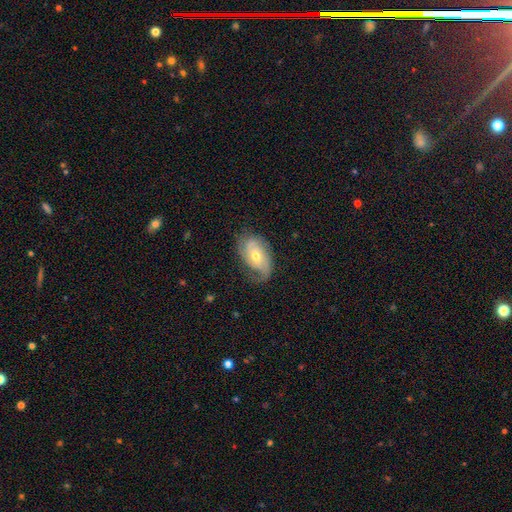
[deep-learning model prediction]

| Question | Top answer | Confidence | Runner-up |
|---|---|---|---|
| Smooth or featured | featured or disk | 68% | smooth (26%) |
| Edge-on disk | no | 94% | yes (6%) |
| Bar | no | 56% | weak (35%) |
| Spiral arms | yes | 88% | no (12%) |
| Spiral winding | medium | 38% | tight (31%) |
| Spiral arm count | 2 | 46% | 1 (21%) |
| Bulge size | moderate | 62% | small (32%) |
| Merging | none | 58% | minor disturbance (27%) |